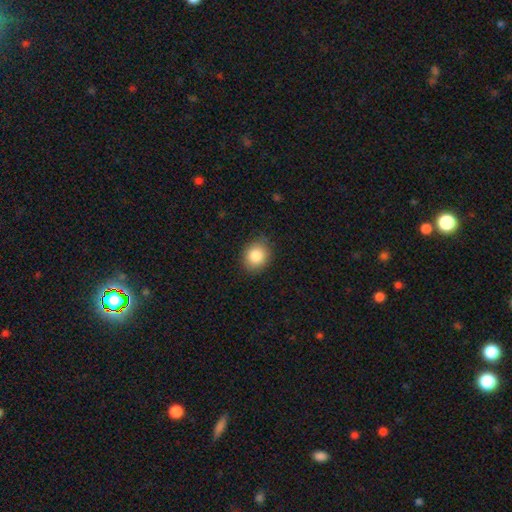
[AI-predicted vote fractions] A smooth galaxy with no disk features (86%) that is round (62%). Merging: none (84%).